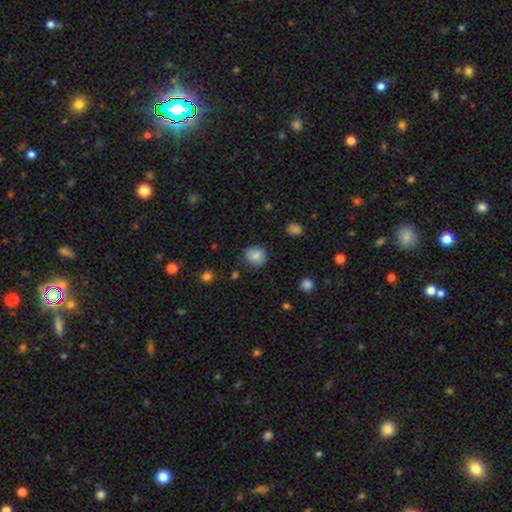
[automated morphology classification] Smooth or featured? Predicted: smooth (p=0.83). How rounded? Predicted: round (p=0.83). Merging? Predicted: none (p=0.80).